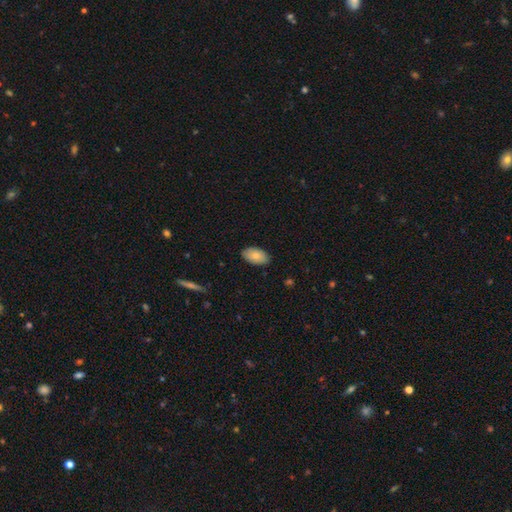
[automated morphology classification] type=smooth (78%); roundness=in between (94%); merging=none (84%).